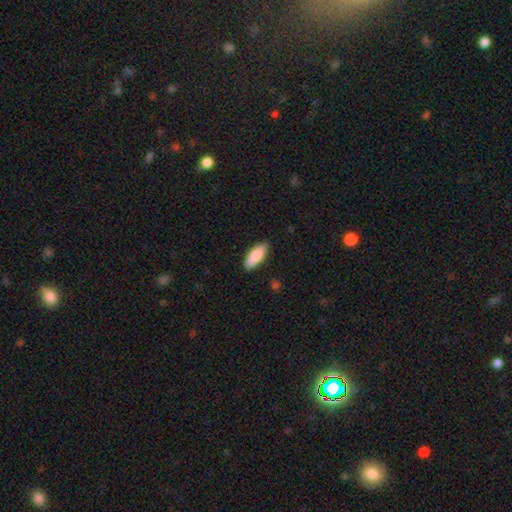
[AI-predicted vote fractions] A smooth galaxy with no disk features (86%) that is in between round and cigar-shaped (77%).

Vote fractions:
- Smooth or featured? smooth: 86% / featured or disk: 8% / star or artifact: 6%
- How rounded? in between: 77% / cigar-shaped: 22% / round: 2%
- Merging? none: 85% / minor disturbance: 12% / major disturbance: 2% / merger: 1%